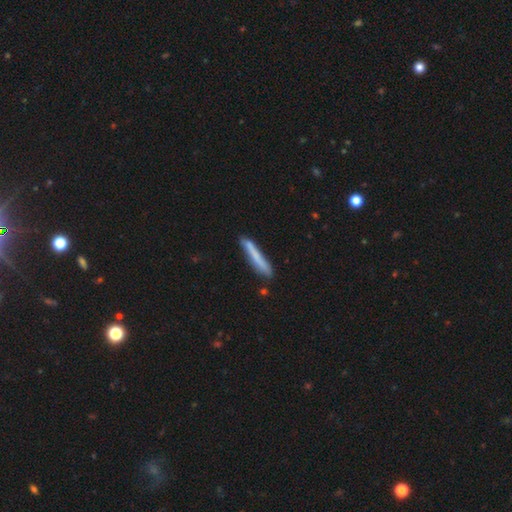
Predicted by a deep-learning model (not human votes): Q: Smooth or featured?
A: smooth (68%); runner-up: featured or disk (25%)
Q: How rounded?
A: cigar-shaped (95%); runner-up: in between (3%)
Q: Merging?
A: none (80%); runner-up: minor disturbance (14%)